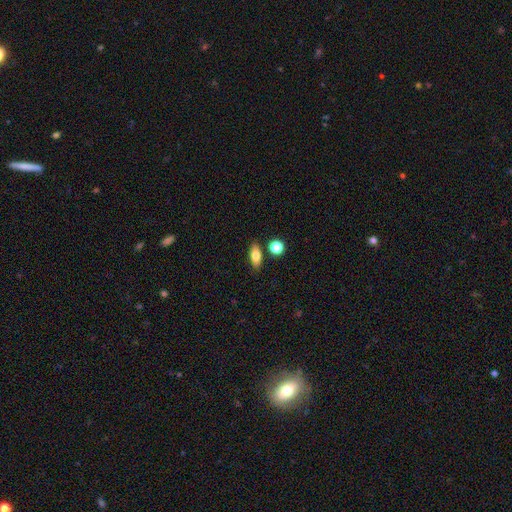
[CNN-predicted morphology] This appears to be a smooth galaxy with no disk features (77%) that is in between round and cigar-shaped (79%). Merging: none (81%).